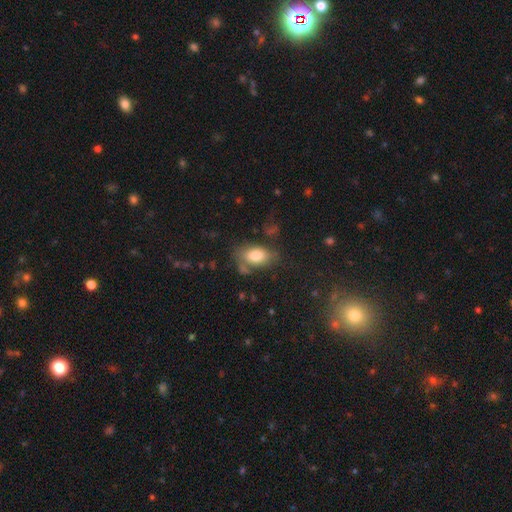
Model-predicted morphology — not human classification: smooth_or_featured: smooth (p=0.79) [alt: featured or disk p=0.13]
how_rounded: in between (p=0.90) [alt: round p=0.08]
merging: none (p=0.57) [alt: minor disturbance p=0.23]